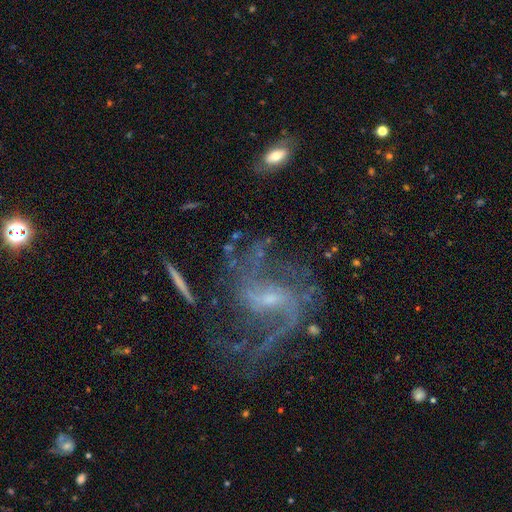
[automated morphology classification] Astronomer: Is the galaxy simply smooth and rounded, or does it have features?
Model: featured or disk — 85%.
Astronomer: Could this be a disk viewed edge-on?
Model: no — 96%.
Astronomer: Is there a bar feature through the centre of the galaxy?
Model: weak — 52%.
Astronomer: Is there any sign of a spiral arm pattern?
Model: yes — 93%.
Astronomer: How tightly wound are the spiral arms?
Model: loose — 55% (runner-up: medium, 36%).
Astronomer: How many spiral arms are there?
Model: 2 — 68%.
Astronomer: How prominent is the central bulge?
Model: small — 59%.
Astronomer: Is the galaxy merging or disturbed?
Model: none — 54%.